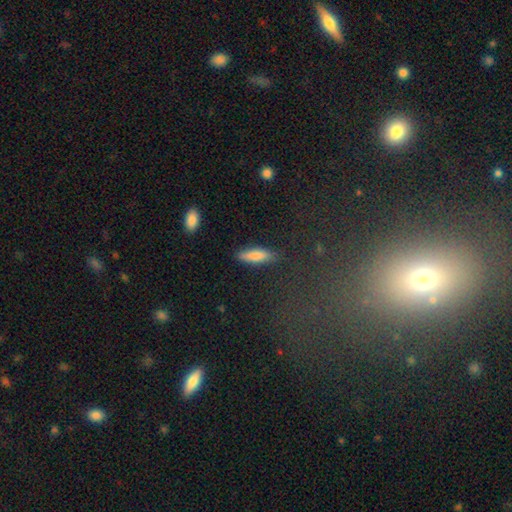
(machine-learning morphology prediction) type=smooth (82%); roundness=cigar-shaped (61%); merging=none (83%).